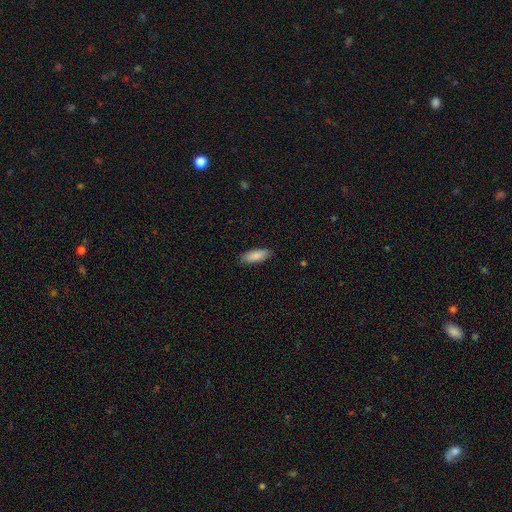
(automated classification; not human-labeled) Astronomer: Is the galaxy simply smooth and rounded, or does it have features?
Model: smooth — 88%.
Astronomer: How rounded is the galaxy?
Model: in between — 72%.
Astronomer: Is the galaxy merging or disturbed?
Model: none — 88%.